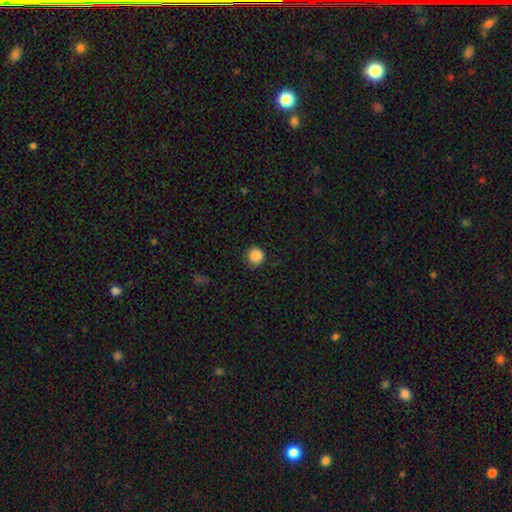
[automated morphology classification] A smooth galaxy with no disk features (87%) that is round (93%).

Vote fractions:
- Smooth or featured? smooth: 87% / star or artifact: 10% / featured or disk: 3%
- How rounded? round: 93% / in between: 6% / cigar-shaped: 1%
- Merging? none: 86% / minor disturbance: 10% / major disturbance: 3% / merger: 1%